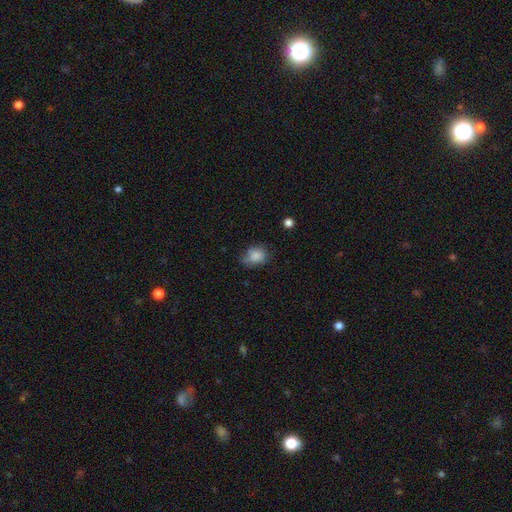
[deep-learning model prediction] Smooth or featured: smooth — 83% (star or artifact — 10%)
How rounded: round — 50% (in between — 48%)
Merging: none — 55% (minor disturbance — 32%)